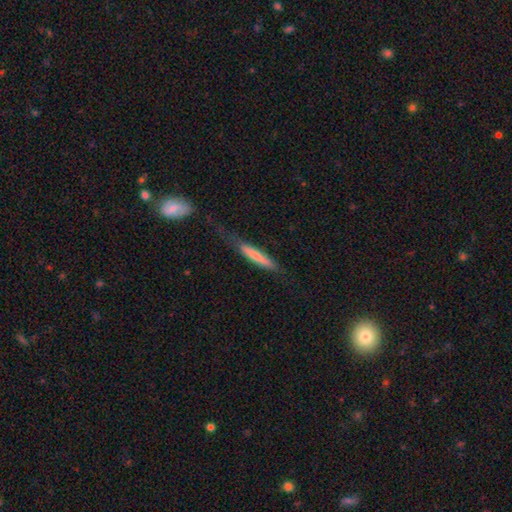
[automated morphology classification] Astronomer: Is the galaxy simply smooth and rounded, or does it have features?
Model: smooth — 68%.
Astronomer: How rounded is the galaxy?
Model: cigar-shaped — 92%.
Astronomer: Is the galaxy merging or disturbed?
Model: none — 60%.